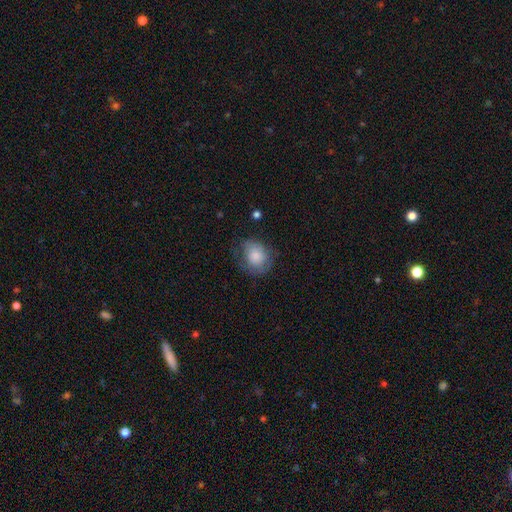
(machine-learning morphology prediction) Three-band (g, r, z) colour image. It shows a smooth galaxy with no disk features (75%) that is round (58%). Merging: none (54%).